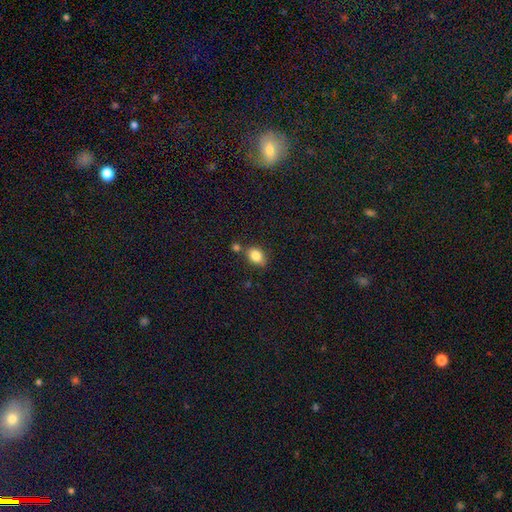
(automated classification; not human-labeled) smooth-or-featured: smooth: 84% | star or artifact: 9% | featured or disk: 7%
  how-rounded: in between: 76% | round: 23% | cigar-shaped: 1%
  merging: none: 66% | merger: 16% | minor disturbance: 15% | major disturbance: 4%